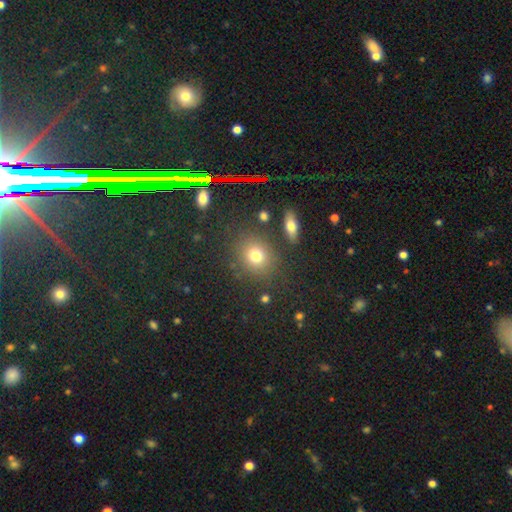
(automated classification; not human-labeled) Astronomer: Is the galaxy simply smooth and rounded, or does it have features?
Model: smooth — 74%.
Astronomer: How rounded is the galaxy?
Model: round — 69%.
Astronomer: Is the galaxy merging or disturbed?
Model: none — 82%.